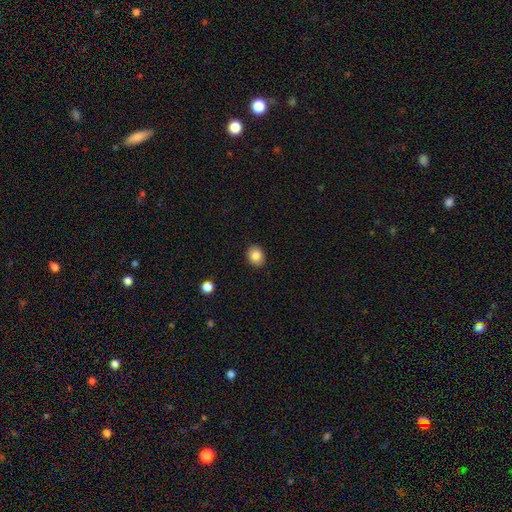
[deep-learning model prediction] Smooth or featured? smooth (85%)
How rounded? round (59%)
Merging? none (91%)